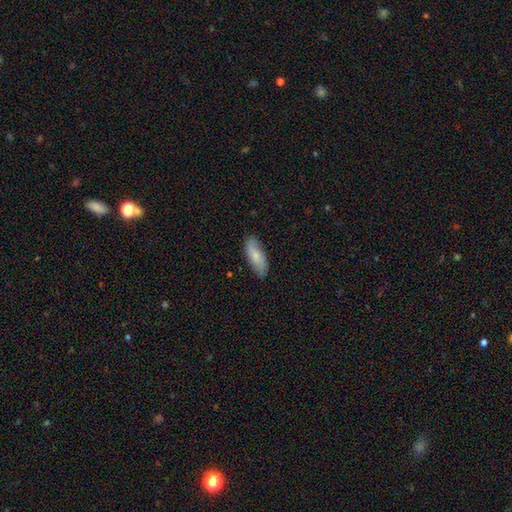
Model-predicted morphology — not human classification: Overall: smooth (73%). How rounded: in between (76%). Merging: none (82%).